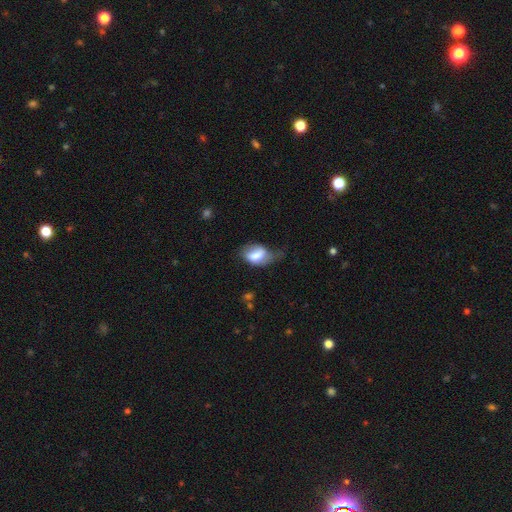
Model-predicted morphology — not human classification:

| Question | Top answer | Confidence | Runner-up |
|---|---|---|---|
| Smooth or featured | smooth | 69% | featured or disk (24%) |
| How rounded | in between | 83% | round (15%) |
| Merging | minor disturbance | 39% | major disturbance (30%) |